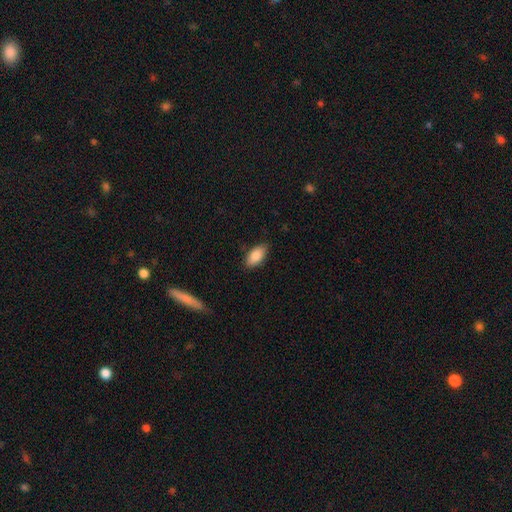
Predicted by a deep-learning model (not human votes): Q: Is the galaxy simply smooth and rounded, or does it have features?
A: smooth — 85%.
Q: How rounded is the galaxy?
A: in between — 92%.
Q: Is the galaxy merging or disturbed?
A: none — 85%.